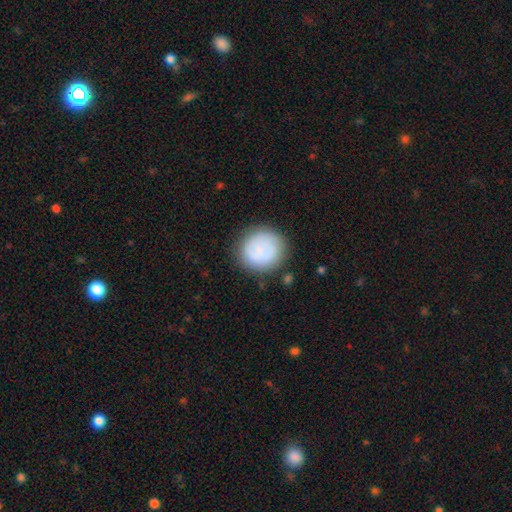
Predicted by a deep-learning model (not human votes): A smooth galaxy with no disk features (74%) that is round (90%).

Vote fractions:
- Smooth or featured? smooth: 74% / featured or disk: 19% / star or artifact: 8%
- How rounded? round: 90% / in between: 9% / cigar-shaped: 1%
- Merging? none: 77% / minor disturbance: 14% / major disturbance: 6% / merger: 3%